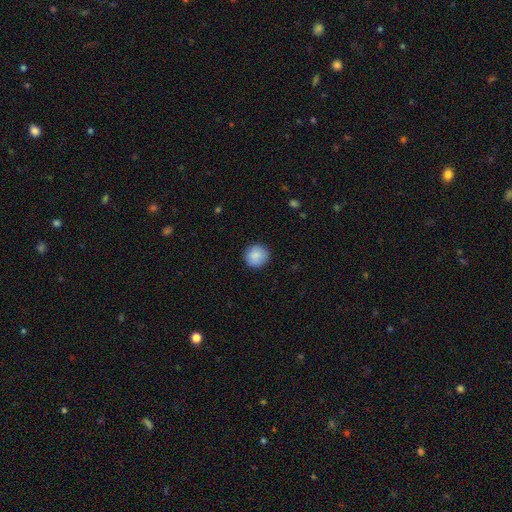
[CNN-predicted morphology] smooth 88%, star or artifact 7%, featured or disk 5%. Down the decision tree: how rounded — round (93%); merging — none (89%).